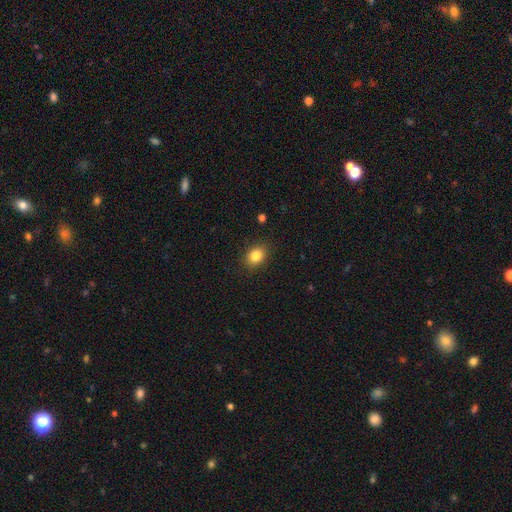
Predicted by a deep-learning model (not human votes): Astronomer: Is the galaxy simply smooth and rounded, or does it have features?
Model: smooth — 84%.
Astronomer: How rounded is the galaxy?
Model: in between — 61% (runner-up: round, 38%).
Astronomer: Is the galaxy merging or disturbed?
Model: none — 88%.